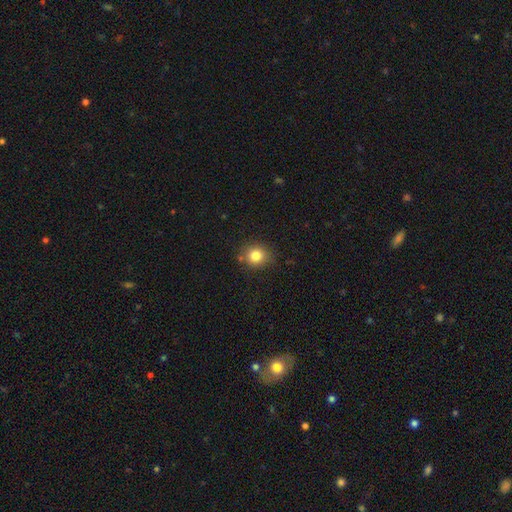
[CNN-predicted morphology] The model was most divided on "how rounded": round: 79%, in between: 20%, cigar-shaped: 1%. More confident: smooth or featured — smooth (82%); merging — none (81%).